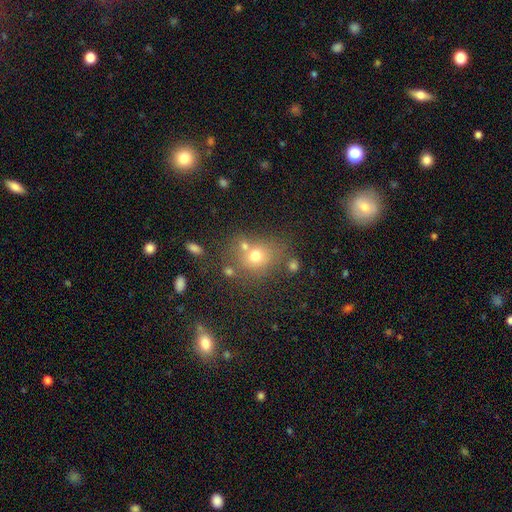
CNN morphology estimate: A smooth galaxy with no disk features (69%) that is round (71%).

Vote fractions:
- Smooth or featured? smooth: 69% / star or artifact: 16% / featured or disk: 16%
- How rounded? round: 71% / in between: 28% / cigar-shaped: 1%
- Merging? none: 56% / merger: 25% / minor disturbance: 13% / major disturbance: 6%